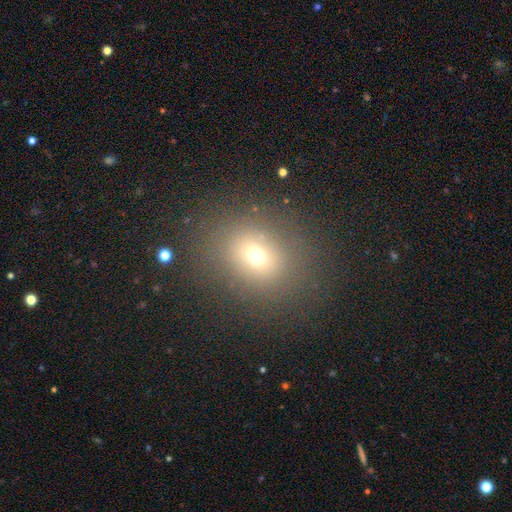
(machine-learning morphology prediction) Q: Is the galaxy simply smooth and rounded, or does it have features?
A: smooth — 65%.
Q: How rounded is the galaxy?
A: round — 58%.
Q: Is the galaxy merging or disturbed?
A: none — 84%.